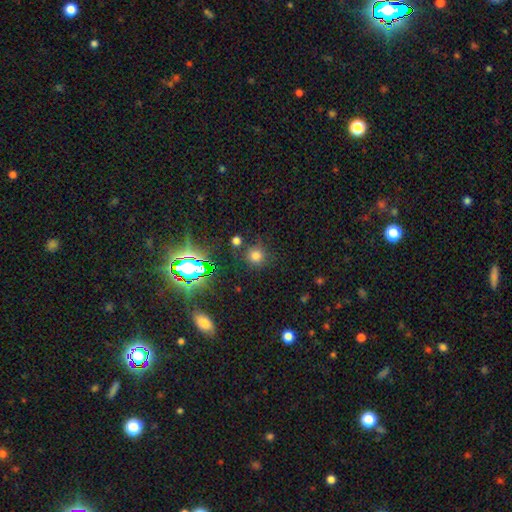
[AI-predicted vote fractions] This appears to be a smooth galaxy with no disk features (68%) that is round (90%). Merging: none (78%).